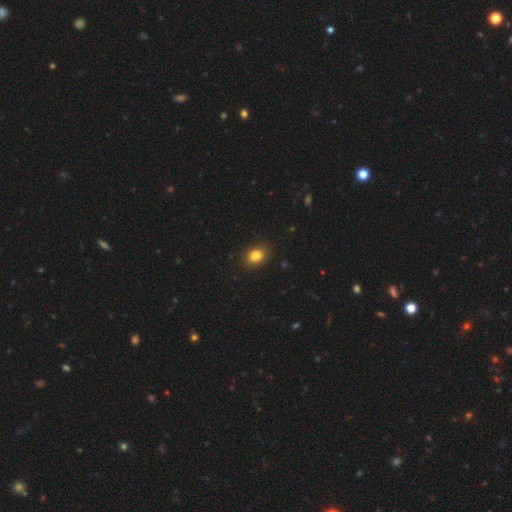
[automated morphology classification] The model was most divided on "how rounded": round: 51%, in between: 48%, cigar-shaped: 1%. More confident: merging — none (89%); smooth or featured — smooth (83%).